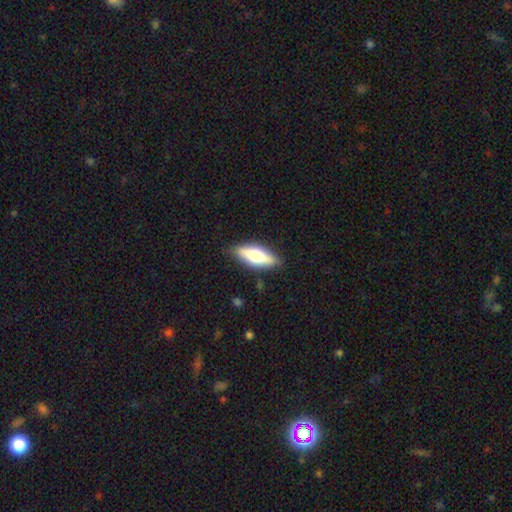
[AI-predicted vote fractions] This is possibly a smooth galaxy (49%). Merging: clearly none (86%).